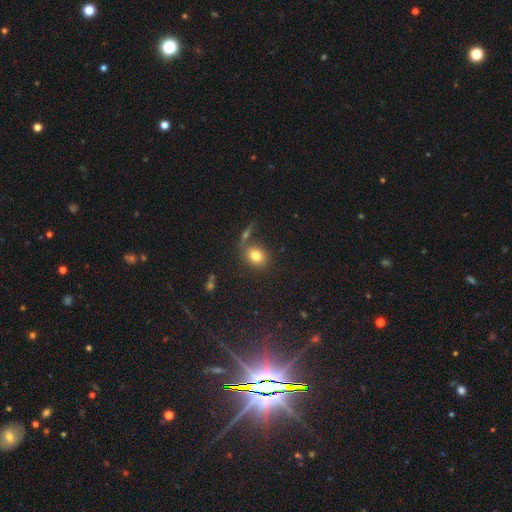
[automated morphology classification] A smooth galaxy with no disk features (79%) that is in between round and cigar-shaped (50%).

Vote fractions:
- Smooth or featured? smooth: 79% / featured or disk: 11% / star or artifact: 11%
- How rounded? in between: 50% / round: 48% / cigar-shaped: 2%
- Merging? none: 62% / merger: 19% / minor disturbance: 13% / major disturbance: 7%